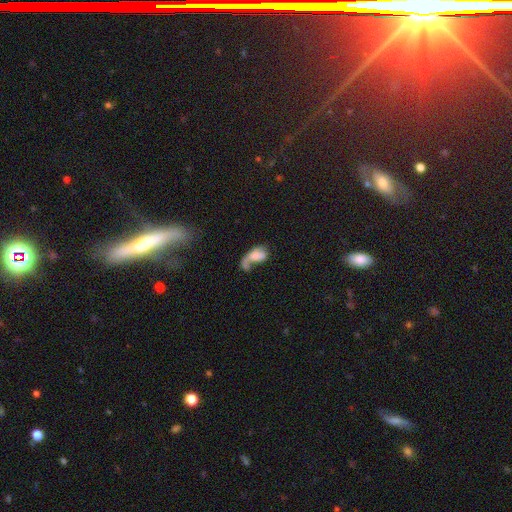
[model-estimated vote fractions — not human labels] A smooth galaxy with no disk features (52%) that is in between round and cigar-shaped (87%). Merging: major disturbance (41%).